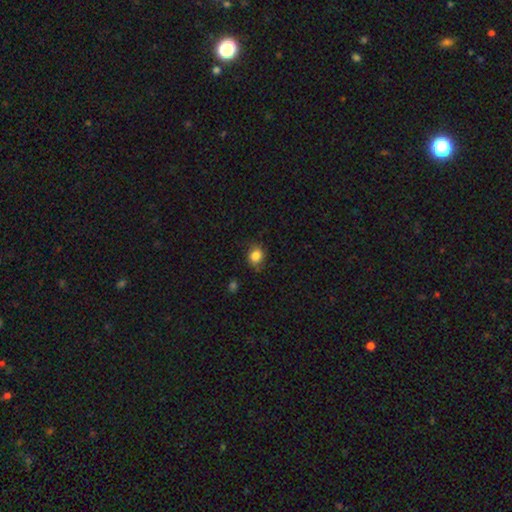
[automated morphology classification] A smooth galaxy with no disk features (84%) that is round (65%).

Vote fractions:
- Smooth or featured? smooth: 84% / star or artifact: 10% / featured or disk: 6%
- How rounded? round: 65% / in between: 34% / cigar-shaped: 1%
- Merging? none: 77% / minor disturbance: 18% / major disturbance: 4% / merger: 2%